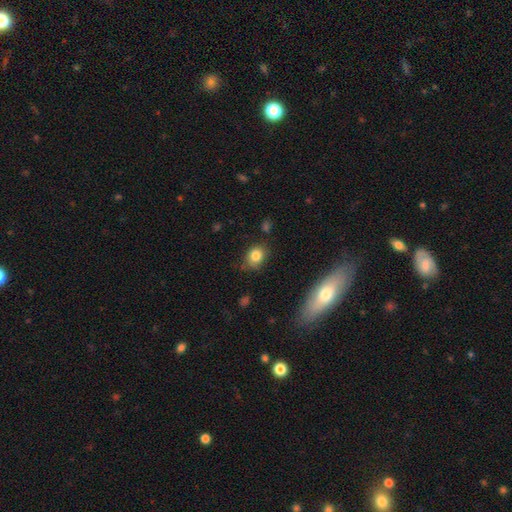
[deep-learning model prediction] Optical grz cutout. It shows a smooth galaxy with no disk features (82%) that is round (57%). Merging: none (72%).